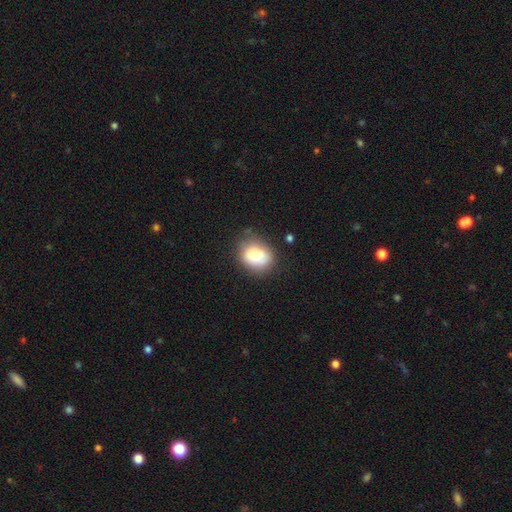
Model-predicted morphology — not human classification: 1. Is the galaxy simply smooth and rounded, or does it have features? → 84% smooth, 8% star or artifact, 8% featured or disk.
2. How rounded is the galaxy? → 58% in between, 41% round, 1% cigar-shaped.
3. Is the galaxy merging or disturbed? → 65% none, 24% minor disturbance, 7% major disturbance, 4% merger.